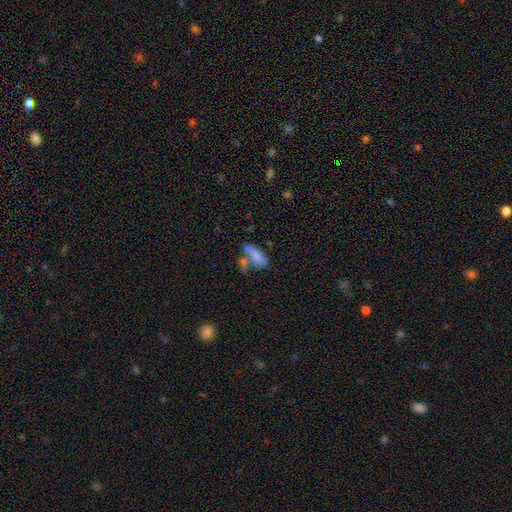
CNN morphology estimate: The model was most divided on "merging": none: 37%, merger: 34%, minor disturbance: 18%, major disturbance: 11%. More confident: how rounded — in between (77%); smooth or featured — smooth (73%).